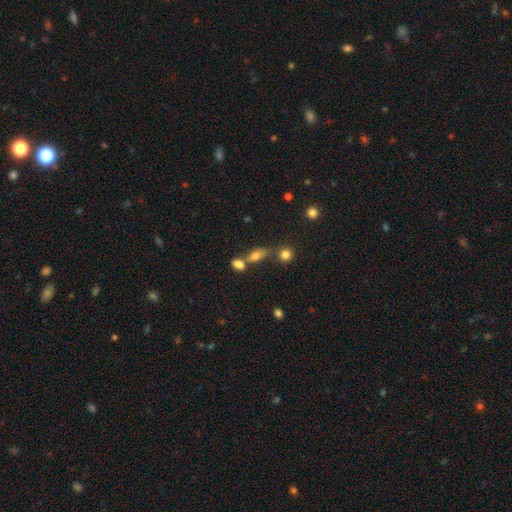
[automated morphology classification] smooth-or-featured: smooth: 72% | featured or disk: 15% | star or artifact: 13%
  how-rounded: in between: 76% | cigar-shaped: 13% | round: 11%
  merging: none: 46% | merger: 36% | minor disturbance: 12% | major disturbance: 6%